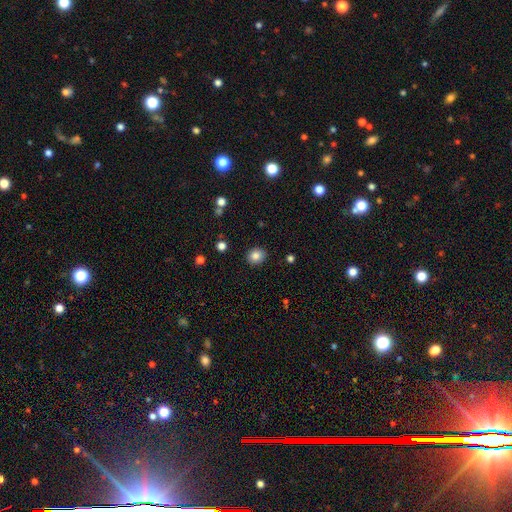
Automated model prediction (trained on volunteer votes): Overall: smooth (84%). How rounded: round (75%). Merging: none (90%).